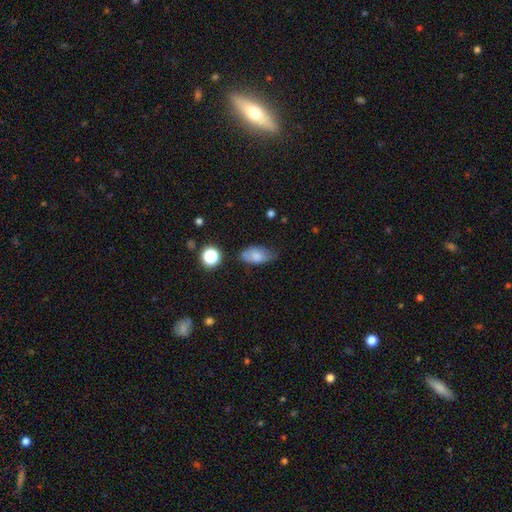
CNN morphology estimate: This appears to be a smooth galaxy with no disk features (76%) that is in between round and cigar-shaped (90%). Merging: none (58%).